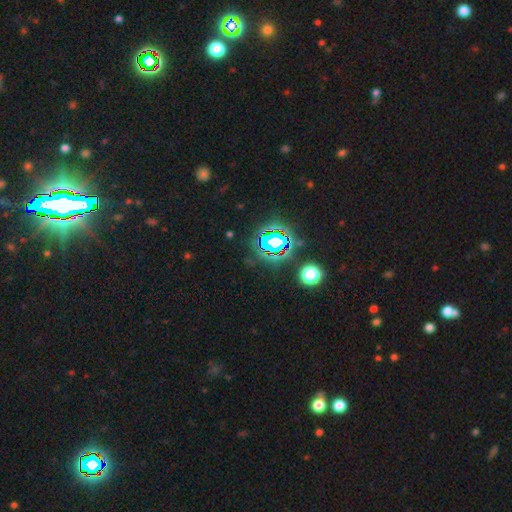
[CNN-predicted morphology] type=star or artifact (82%).